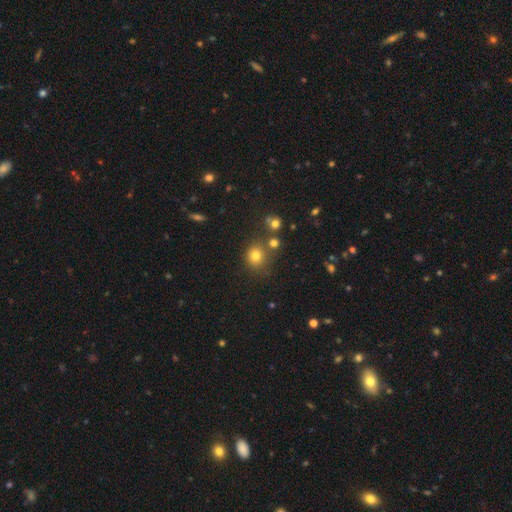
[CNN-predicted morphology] A smooth galaxy with no disk features (76%) that is round (83%).

Vote fractions:
- Smooth or featured? smooth: 76% / star or artifact: 17% / featured or disk: 7%
- How rounded? round: 83% / in between: 16% / cigar-shaped: 1%
- Merging? none: 70% / merger: 14% / minor disturbance: 12% / major disturbance: 4%